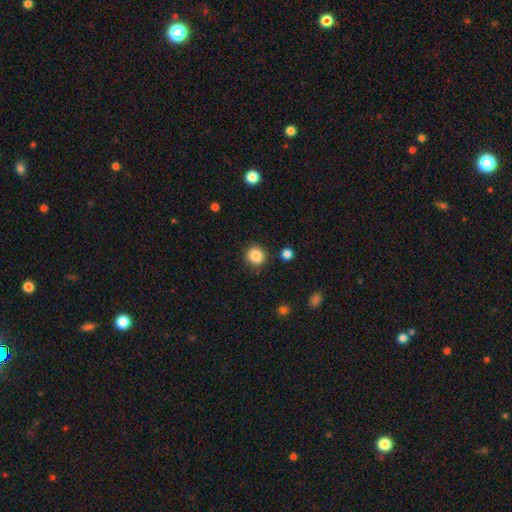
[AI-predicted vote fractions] Smooth or featured? smooth (86%)
How rounded? round (90%)
Merging? none (88%)